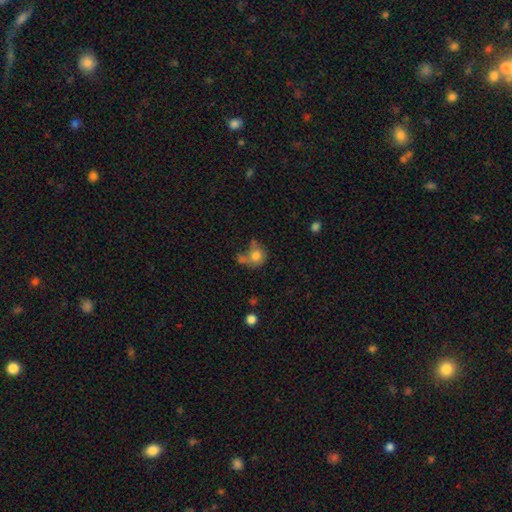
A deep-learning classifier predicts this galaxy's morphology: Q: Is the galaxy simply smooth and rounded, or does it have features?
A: smooth — 72%.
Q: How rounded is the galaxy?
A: round — 68%.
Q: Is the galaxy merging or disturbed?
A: none — 33%.